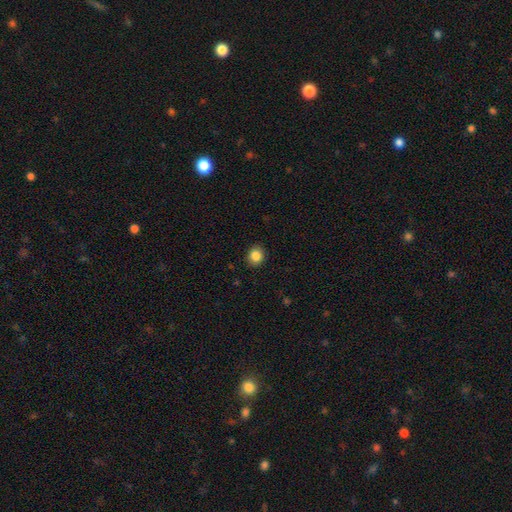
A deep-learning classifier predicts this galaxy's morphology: Overall: smooth (86%). How rounded: round (75%). Merging: none (90%).